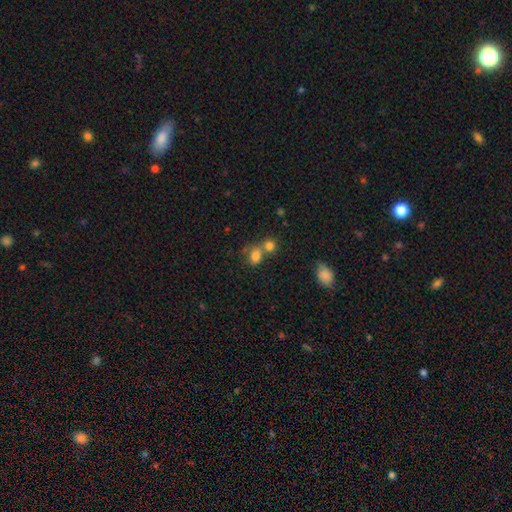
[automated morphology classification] type=smooth (78%); roundness=in between (52%); merging=merger (45%).